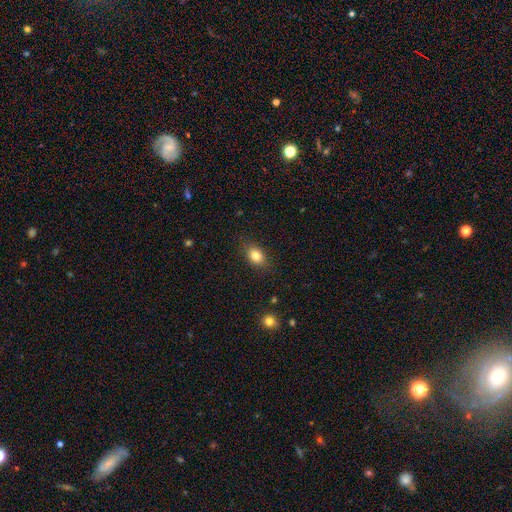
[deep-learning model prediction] This is clearly a smooth galaxy (83%). How rounded: likely in between (75%). Merging: clearly none (85%).